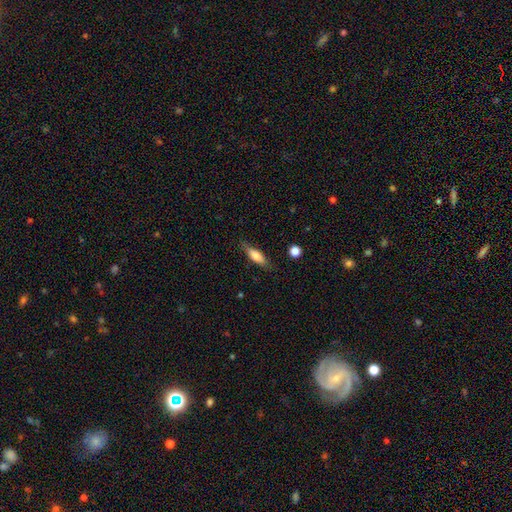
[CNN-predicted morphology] smooth 67%, featured or disk 26%, star or artifact 7%. Down the decision tree: how rounded — cigar-shaped (52%); merging — none (81%).